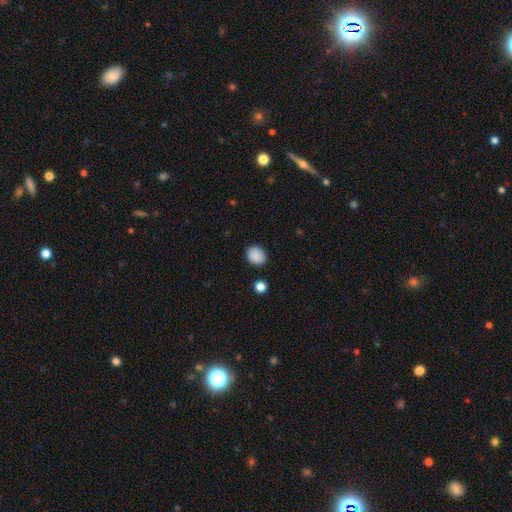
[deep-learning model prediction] smooth-or-featured: smooth: 89% | star or artifact: 8% | featured or disk: 3%
  how-rounded: round: 52% | in between: 47% | cigar-shaped: 1%
  merging: none: 87% | minor disturbance: 9% | major disturbance: 2% | merger: 2%